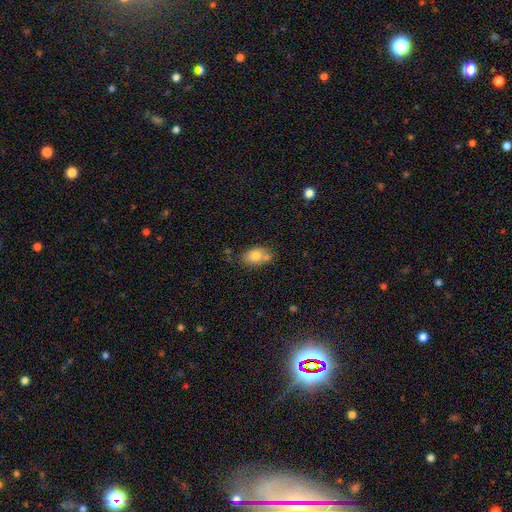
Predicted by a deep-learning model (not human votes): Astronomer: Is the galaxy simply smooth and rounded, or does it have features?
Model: smooth — 78%.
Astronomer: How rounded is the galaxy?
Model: in between — 84%.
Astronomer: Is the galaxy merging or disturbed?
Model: none — 56%.